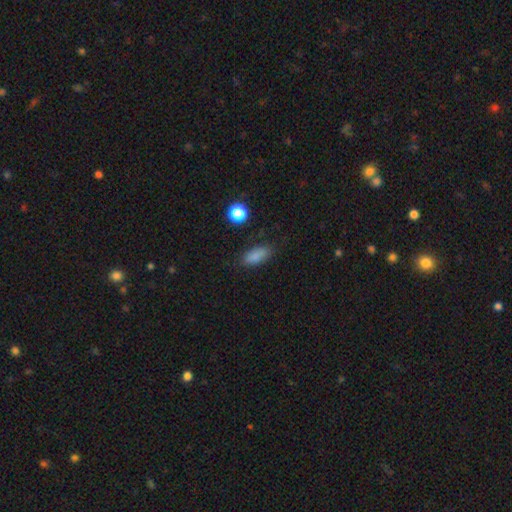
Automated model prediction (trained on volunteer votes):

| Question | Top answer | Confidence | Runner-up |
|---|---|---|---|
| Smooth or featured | smooth | 84% | star or artifact (10%) |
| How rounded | in between | 82% | cigar-shaped (13%) |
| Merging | none | 80% | minor disturbance (14%) |